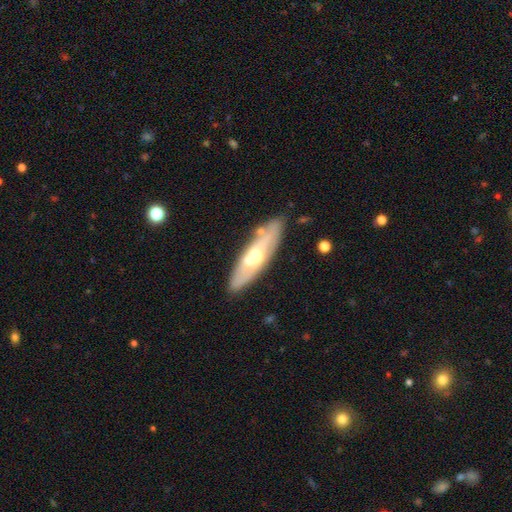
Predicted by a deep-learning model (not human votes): Overall: featured or disk (59%; smooth 35%). Edge-on disk: no (52%; yes 48%). Merging: none (77%).